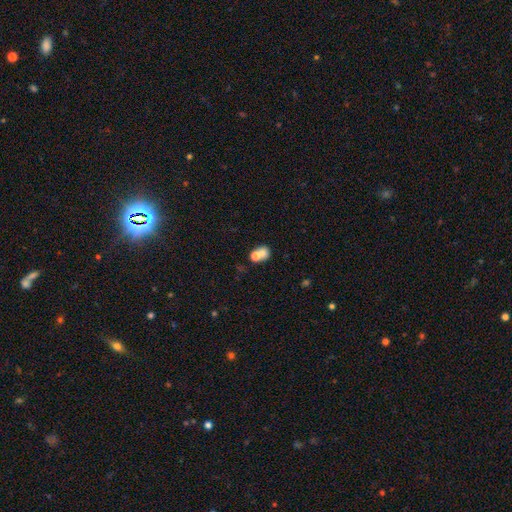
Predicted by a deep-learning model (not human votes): Morphology: type=smooth (72%); roundness=round (59%); merging=merger (54%).